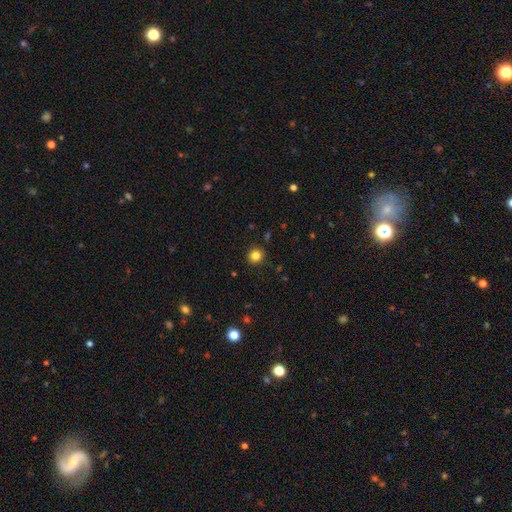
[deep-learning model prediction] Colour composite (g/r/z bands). It shows a smooth galaxy with no disk features (82%) that is round (93%). Merging: none (91%).